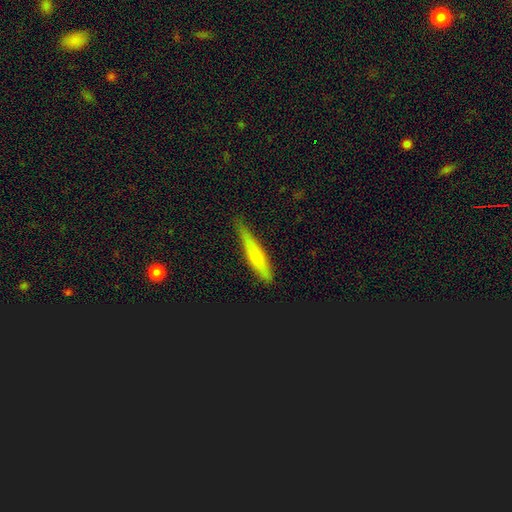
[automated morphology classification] Smooth or featured? smooth (66%)
How rounded? cigar-shaped (91%)
Merging? none (73%)